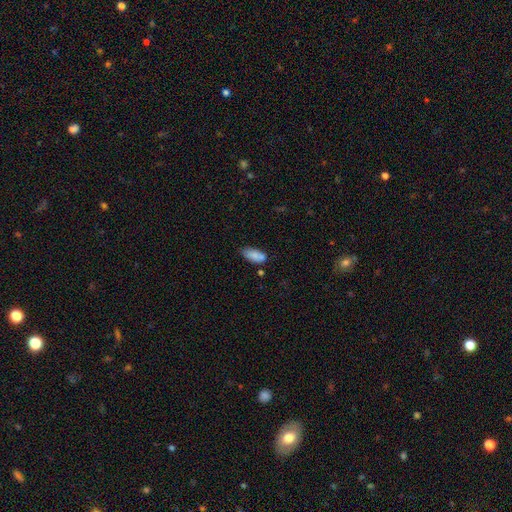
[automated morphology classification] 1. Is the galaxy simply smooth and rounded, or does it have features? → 83% smooth, 9% featured or disk, 8% star or artifact.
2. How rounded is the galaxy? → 85% in between, 13% cigar-shaped, 2% round.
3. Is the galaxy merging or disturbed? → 59% none, 26% minor disturbance, 10% merger, 6% major disturbance.